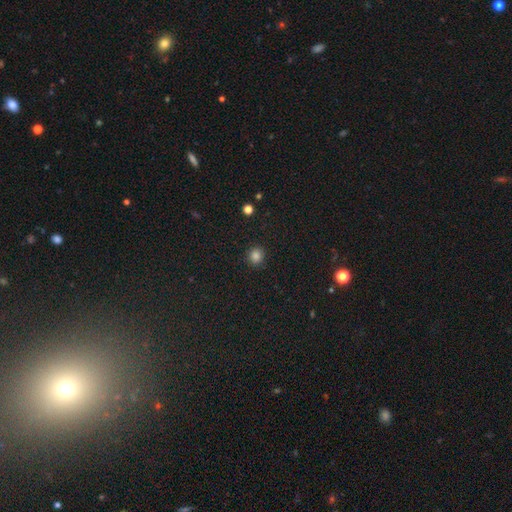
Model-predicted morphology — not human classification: The model was most divided on "smooth or featured": smooth: 84%, star or artifact: 12%, featured or disk: 4%. More confident: merging — none (91%); how rounded — round (88%).